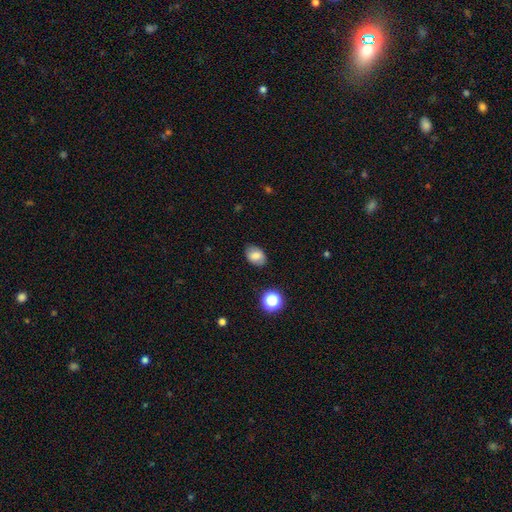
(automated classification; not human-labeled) smooth 76%, featured or disk 14%, star or artifact 10%. Down the decision tree: how rounded — in between (77%); merging — none (83%).